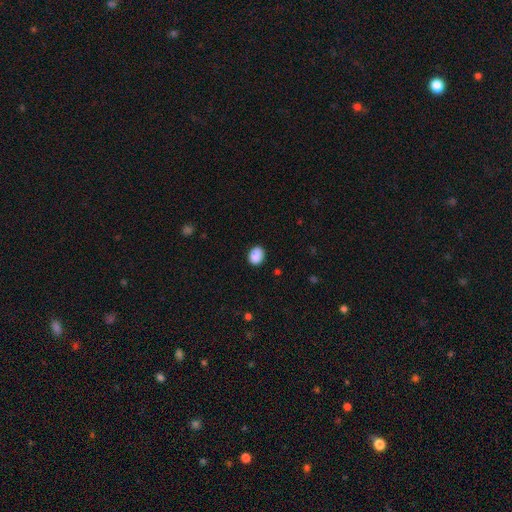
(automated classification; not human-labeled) Morphology: type=smooth (89%); roundness=in between (53%); merging=none (85%).